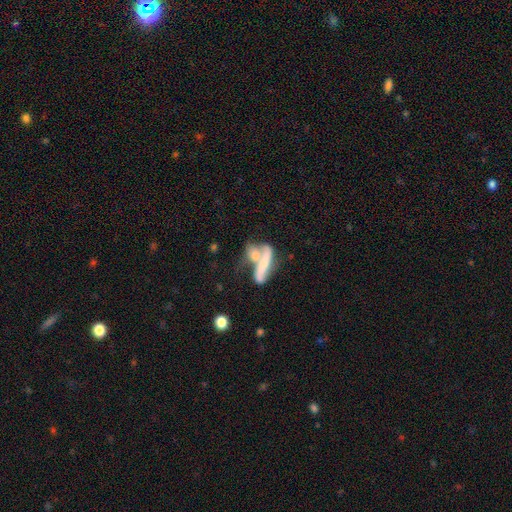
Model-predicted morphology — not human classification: smooth-or-featured: smooth: 52% | featured or disk: 40% | star or artifact: 9%
  how-rounded: cigar-shaped: 54% | in between: 38% | round: 8%
  merging: merger: 57% | none: 24% | minor disturbance: 10% | major disturbance: 9%